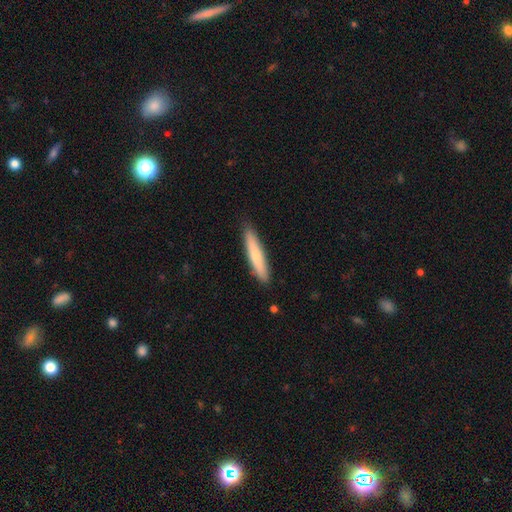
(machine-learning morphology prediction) This is likely a smooth galaxy (69%). How rounded: clearly cigar-shaped (90%). Merging: clearly none (89%).